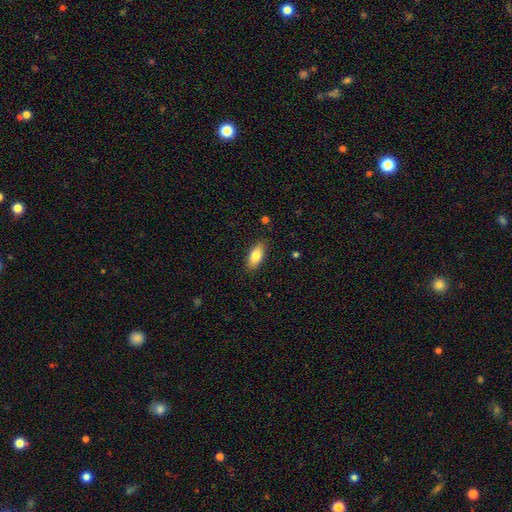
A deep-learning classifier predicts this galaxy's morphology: smooth 82%, featured or disk 11%, star or artifact 7%. Down the decision tree: how rounded — in between (85%); merging — none (87%).